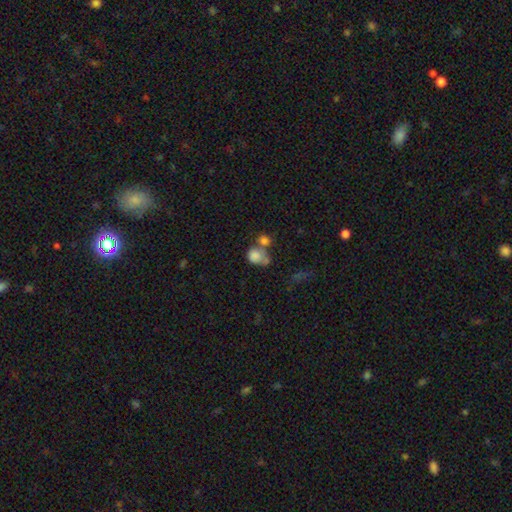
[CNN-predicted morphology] Smooth or featured? smooth (77%)
How rounded? round (53%)
Merging? merger (46%)